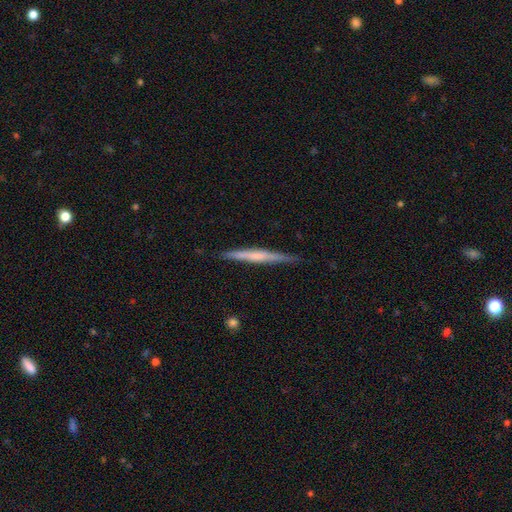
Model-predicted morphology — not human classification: A featured or disk galaxy (55%) viewed edge-on (97%) with no central bulge (55%).

Vote fractions:
- Smooth or featured? featured or disk: 55% / smooth: 40% / star or artifact: 6%
- Edge-on disk? yes: 97% / no: 3%
- Edge-on bulge? none: 55% / rounded: 32% / boxy: 13%
- Merging? none: 88% / minor disturbance: 9% / major disturbance: 2% / merger: 1%